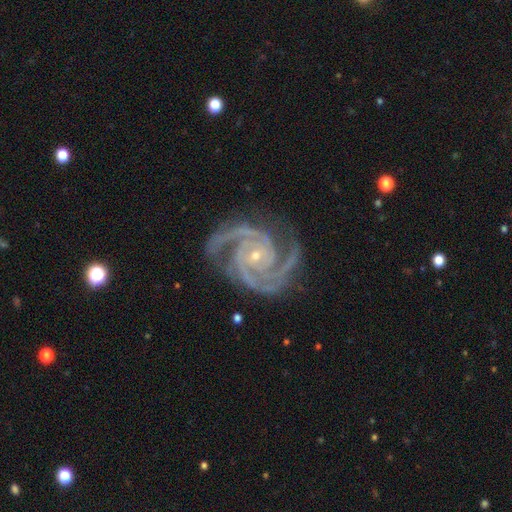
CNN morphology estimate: Overall: featured or disk (94%). Edge-on disk: no (98%). Bar: no (71%). Spiral arms: yes (99%). Spiral arm count: 3 (42%; 2 39%). Spiral winding: tight (60%; medium 36%). Bulge size: small (81%). Merging: none (77%).